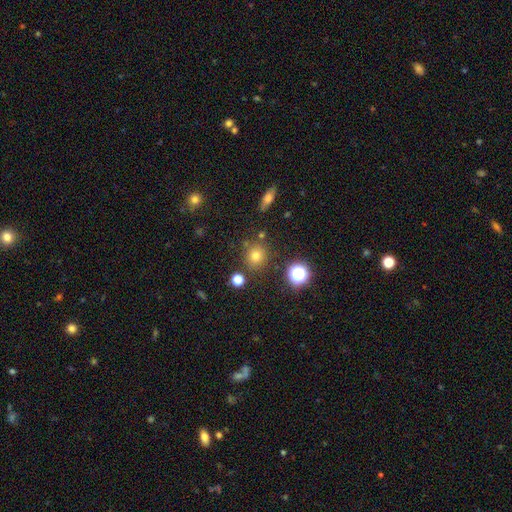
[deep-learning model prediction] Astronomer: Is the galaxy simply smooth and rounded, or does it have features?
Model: smooth — 72%.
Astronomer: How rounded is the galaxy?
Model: round — 85%.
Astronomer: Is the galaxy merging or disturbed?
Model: none — 81%.